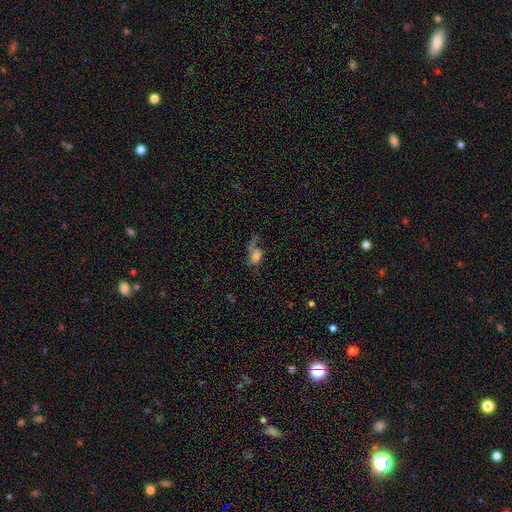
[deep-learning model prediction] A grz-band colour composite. It shows a smooth galaxy with no disk features (54%) that is in between round and cigar-shaped (81%). Merging: major disturbance (41%).